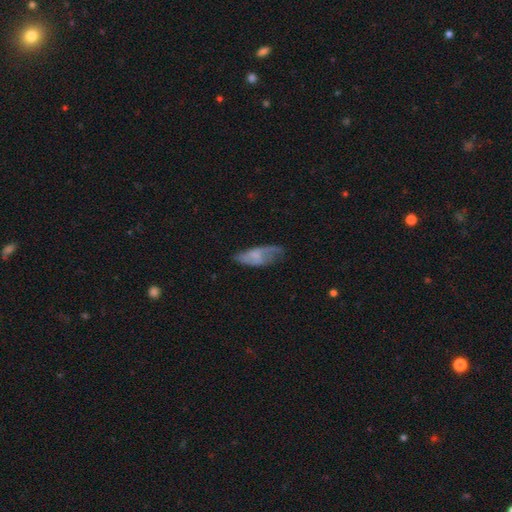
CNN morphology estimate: This appears to be a smooth galaxy with no disk features (49%). Merging: none (43%).